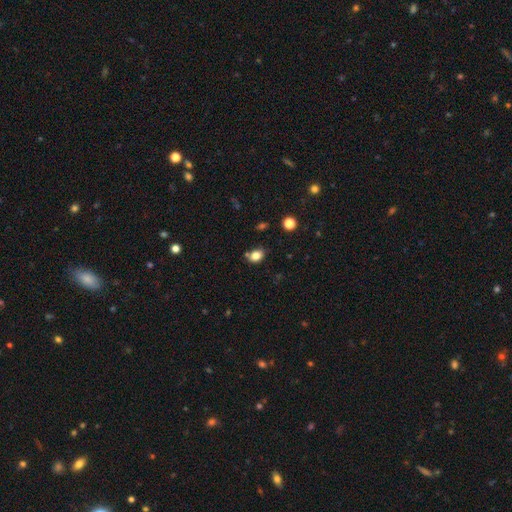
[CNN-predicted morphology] This is clearly a smooth galaxy (81%). How rounded: likely in between (62%). Merging: likely none (68%).